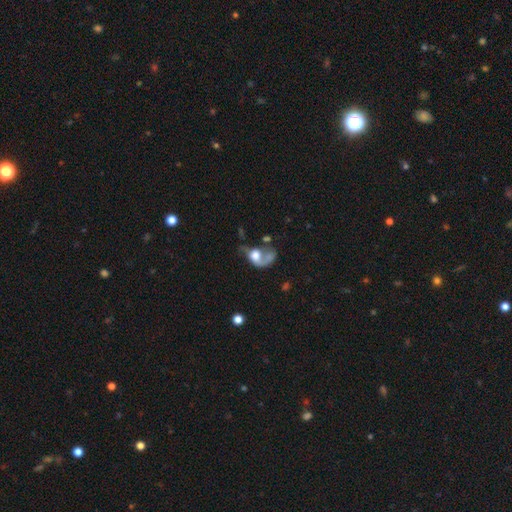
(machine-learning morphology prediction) featured or disk 53%, smooth 38%, star or artifact 10%. Down the decision tree: edge-on disk — no (96%); bar — no (79%); spiral arms — yes (61%); bulge size — large (45%); merging — major disturbance (46%).